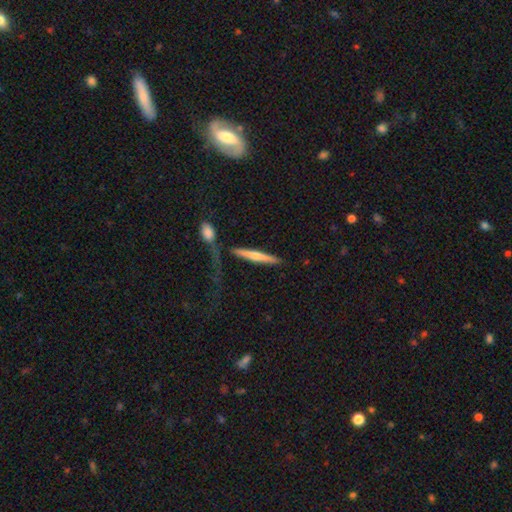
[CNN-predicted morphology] A smooth galaxy with no disk features (54%) that is cigar-shaped (90%).

Vote fractions:
- Smooth or featured? smooth: 54% / featured or disk: 40% / star or artifact: 6%
- How rounded? cigar-shaped: 90% / in between: 7% / round: 3%
- Merging? none: 62% / minor disturbance: 15% / merger: 13% / major disturbance: 10%